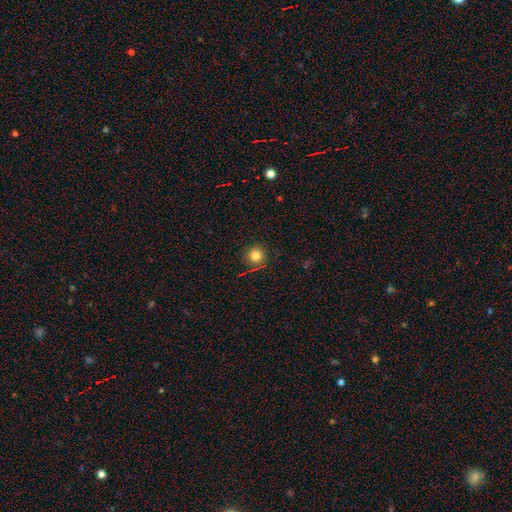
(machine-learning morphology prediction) A smooth galaxy with no disk features (80%) that is round (95%). Merging: none (89%).